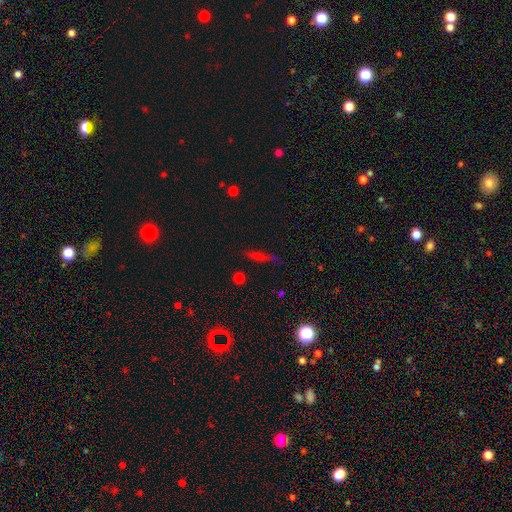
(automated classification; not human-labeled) Overall: smooth (35%; star or artifact 34%). Merging: none (78%).